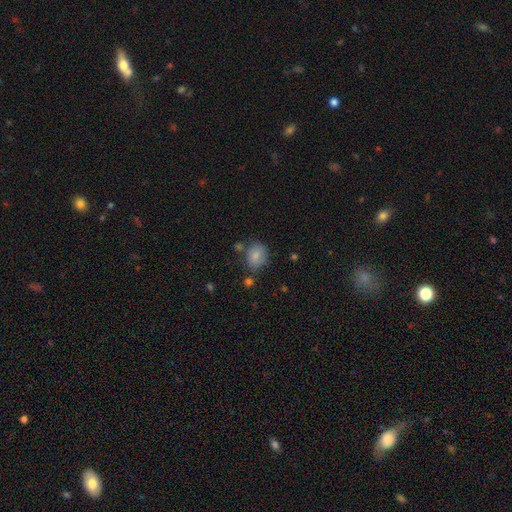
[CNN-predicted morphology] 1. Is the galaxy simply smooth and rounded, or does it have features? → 82% smooth, 9% featured or disk, 9% star or artifact.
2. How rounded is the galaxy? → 51% round, 48% in between, 1% cigar-shaped.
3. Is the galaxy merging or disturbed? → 68% none, 19% minor disturbance, 8% merger, 5% major disturbance.